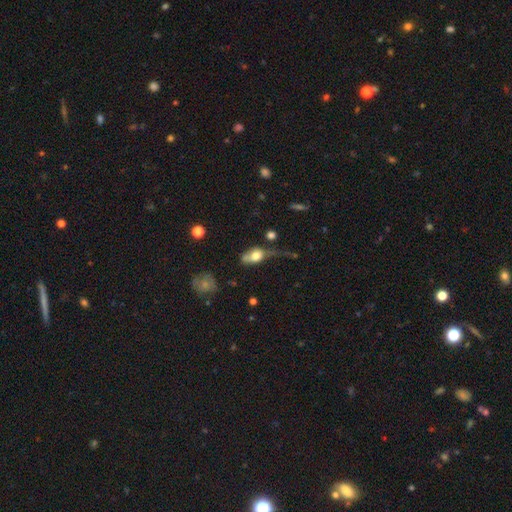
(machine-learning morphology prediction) This is likely a smooth galaxy (66%). How rounded: likely in between (79%). Merging: marginally major disturbance (38%).